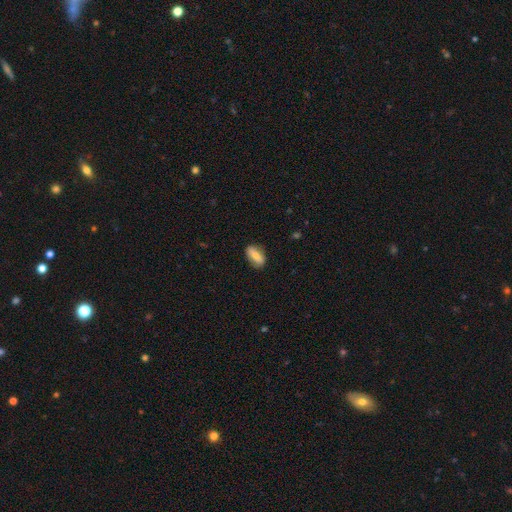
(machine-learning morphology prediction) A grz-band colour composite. It shows a smooth galaxy with no disk features (64%) that is in between round and cigar-shaped (81%). Merging: none (83%).